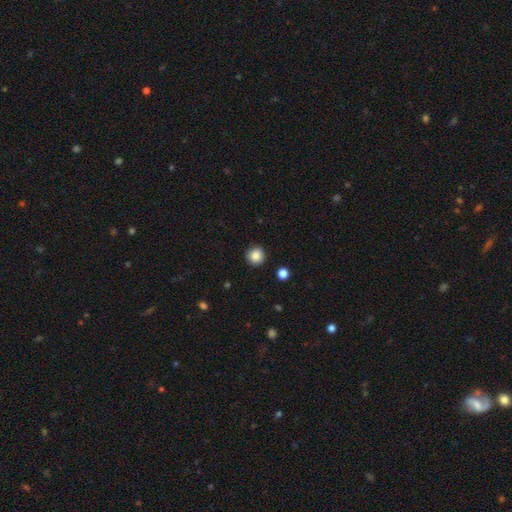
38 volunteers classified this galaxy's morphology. Overall: smooth (87%). How rounded: round (97%). Merging: none (83%).